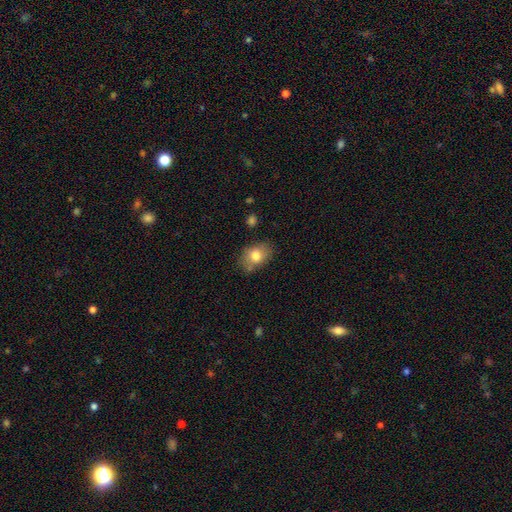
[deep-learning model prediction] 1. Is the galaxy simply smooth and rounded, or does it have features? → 78% smooth, 14% featured or disk, 8% star or artifact.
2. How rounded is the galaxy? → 75% in between, 24% round, 1% cigar-shaped.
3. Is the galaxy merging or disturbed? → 73% none, 18% minor disturbance, 5% merger, 4% major disturbance.